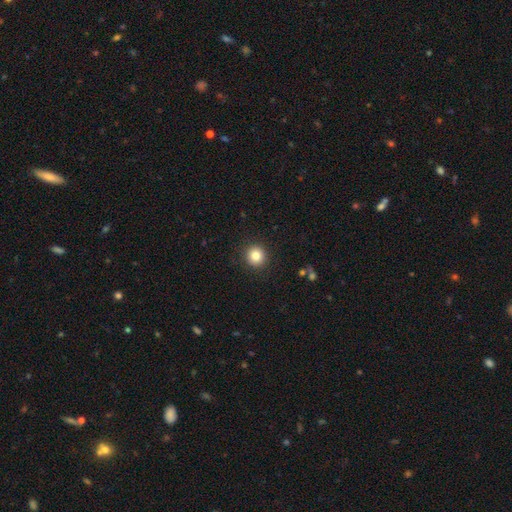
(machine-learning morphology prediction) A smooth galaxy with no disk features (83%) that is round (94%).

Vote fractions:
- Smooth or featured? smooth: 83% / star or artifact: 11% / featured or disk: 7%
- How rounded? round: 94% / in between: 5% / cigar-shaped: 1%
- Merging? none: 92% / minor disturbance: 5% / major disturbance: 2% / merger: 1%